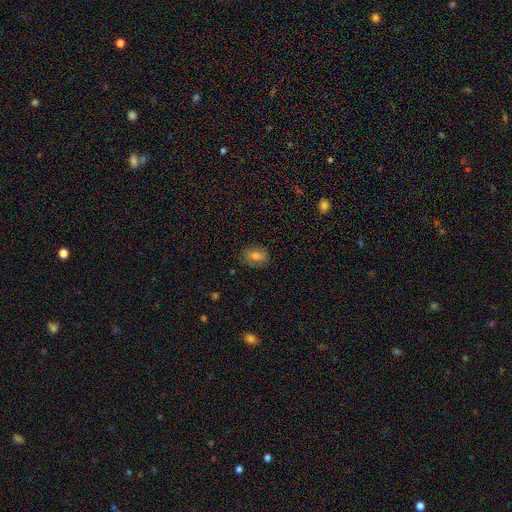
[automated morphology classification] This is likely a smooth galaxy (62%). How rounded: likely in between (67%). Merging: clearly none (81%).